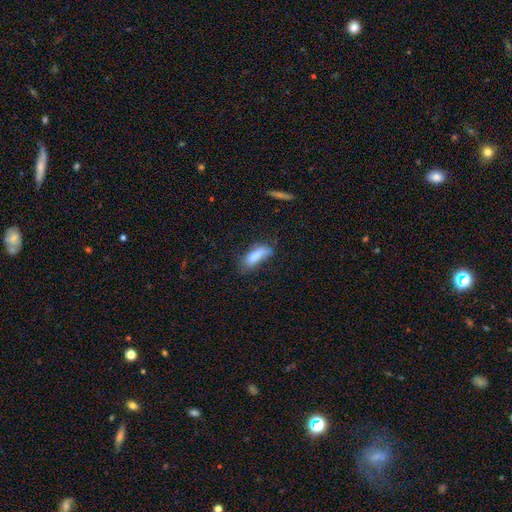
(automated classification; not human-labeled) Smooth or featured?
  - smooth: 77% *
  - featured or disk: 14%
  - star or artifact: 9%
How rounded?
  - in between: 67% *
  - cigar-shaped: 30%
  - round: 3%
Merging?
  - none: 42% *
  - minor disturbance: 31%
  - major disturbance: 20%
  - merger: 7%